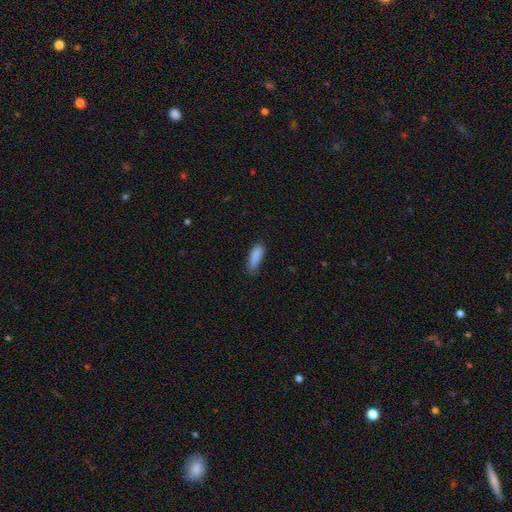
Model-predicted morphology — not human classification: smooth-or-featured: smooth: 87% | star or artifact: 7% | featured or disk: 5%
  how-rounded: in between: 60% | cigar-shaped: 38% | round: 2%
  merging: none: 64% | minor disturbance: 29% | major disturbance: 6% | merger: 2%